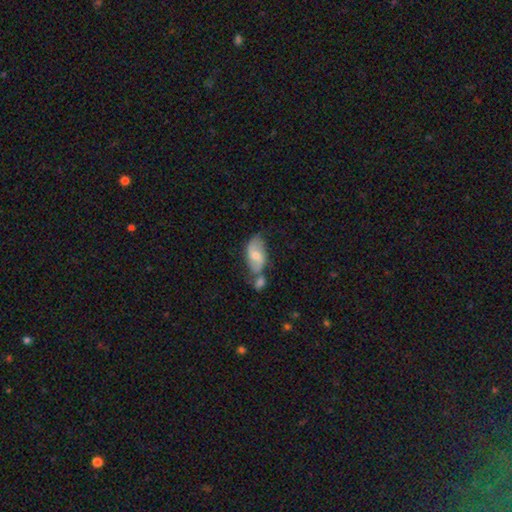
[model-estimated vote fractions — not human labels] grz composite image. It shows a smooth galaxy with no disk features (50%) that is in between round and cigar-shaped (92%). Merging: none (41%).